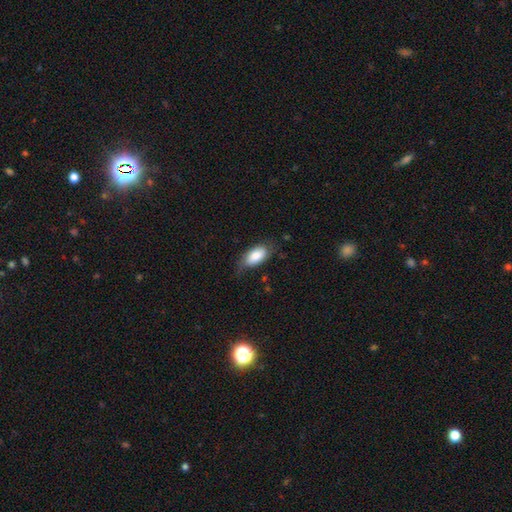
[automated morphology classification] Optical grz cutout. It shows a smooth galaxy with no disk features (80%) that is in between round and cigar-shaped (92%). Merging: none (63%).